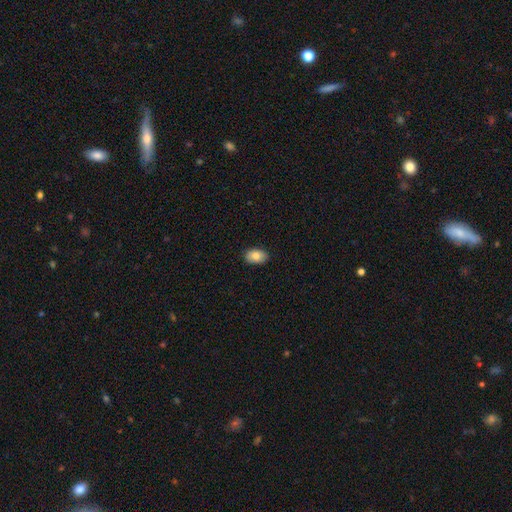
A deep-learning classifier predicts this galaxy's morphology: Smooth or featured? smooth (83%)
How rounded? in between (90%)
Merging? none (88%)